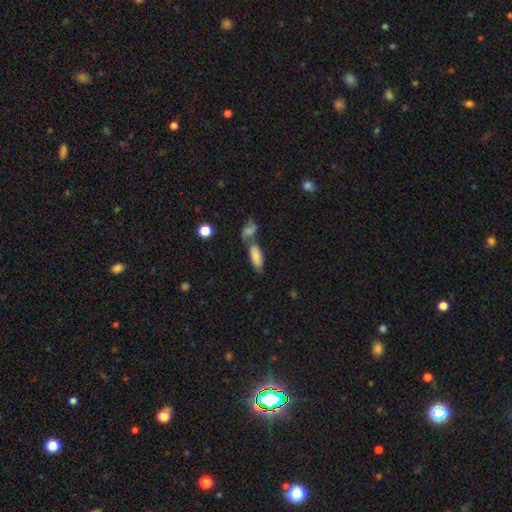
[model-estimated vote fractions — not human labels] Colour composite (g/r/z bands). It shows a smooth galaxy with no disk features (79%) that is in between round and cigar-shaped (79%). Merging: merger (41%, tied with none).